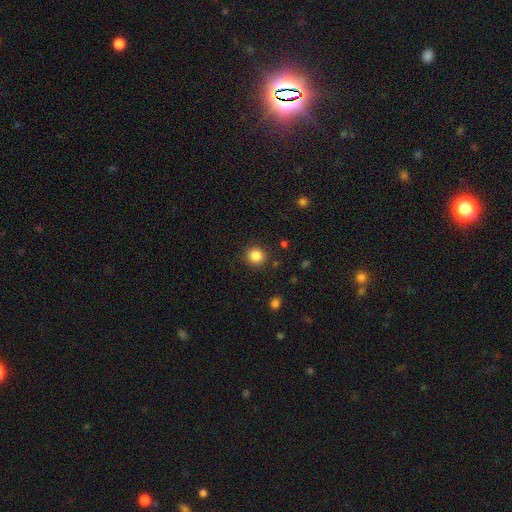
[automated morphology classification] A smooth galaxy with no disk features (85%) that is round (87%). Merging: none (89%).